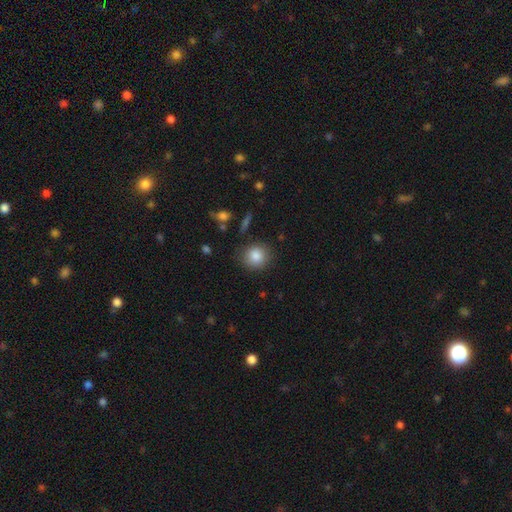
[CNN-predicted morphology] smooth 86%, star or artifact 9%, featured or disk 6%. Down the decision tree: how rounded — round (85%); merging — none (86%).